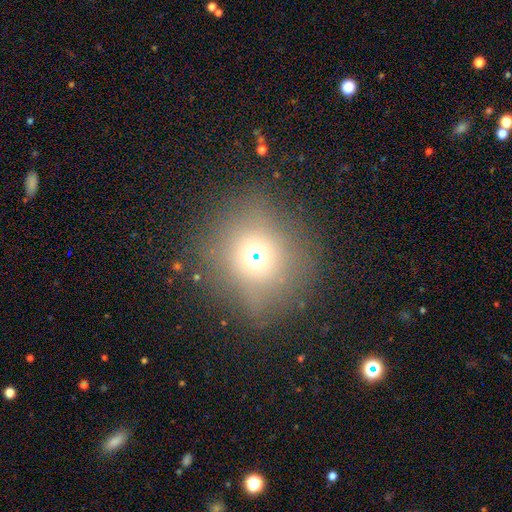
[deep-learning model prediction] Smooth or featured? Predicted: smooth (p=0.56). How rounded? Predicted: round (p=0.85). Merging? Predicted: none (p=0.81).